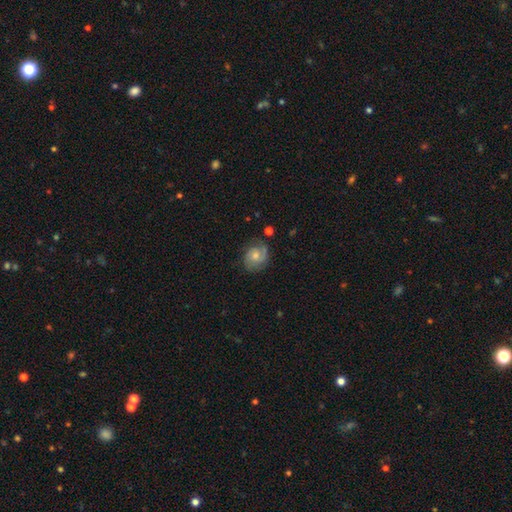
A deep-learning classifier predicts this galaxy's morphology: Overall: featured or disk (61%; smooth 31%). Edge-on disk: no (97%). Bar: no (73%). Spiral arms: yes (90%). Spiral arm count: 2 (55%; 1 19%). Spiral winding: tight (45%; medium 39%). Bulge size: moderate (50%; small 40%). Merging: none (70%).